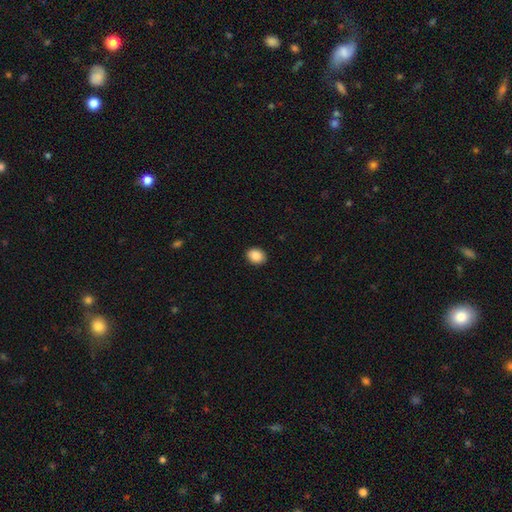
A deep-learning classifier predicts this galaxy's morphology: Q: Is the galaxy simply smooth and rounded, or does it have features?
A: smooth — 89%.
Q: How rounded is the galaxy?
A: in between — 57%.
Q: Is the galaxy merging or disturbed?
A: none — 91%.